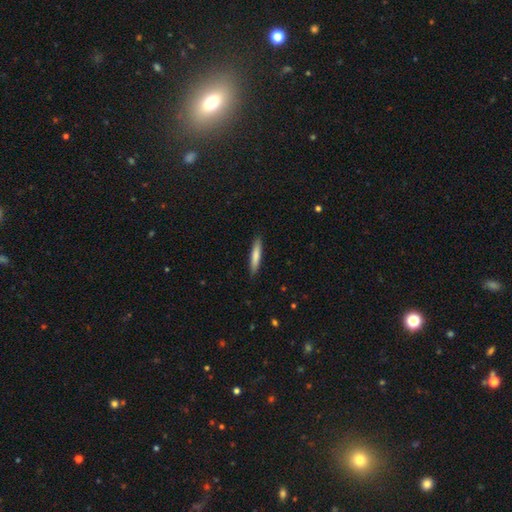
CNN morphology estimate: The model was most divided on "smooth or featured": smooth: 78%, featured or disk: 16%, star or artifact: 5%. More confident: how rounded — cigar-shaped (89%); merging — none (89%).